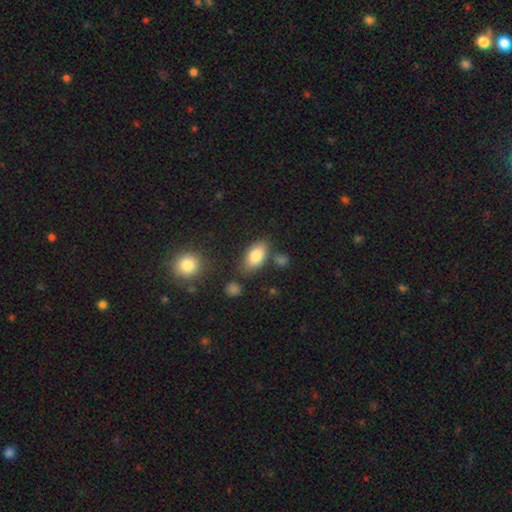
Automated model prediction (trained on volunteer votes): A smooth galaxy with no disk features (84%) that is in between round and cigar-shaped (92%). Merging: none (74%).